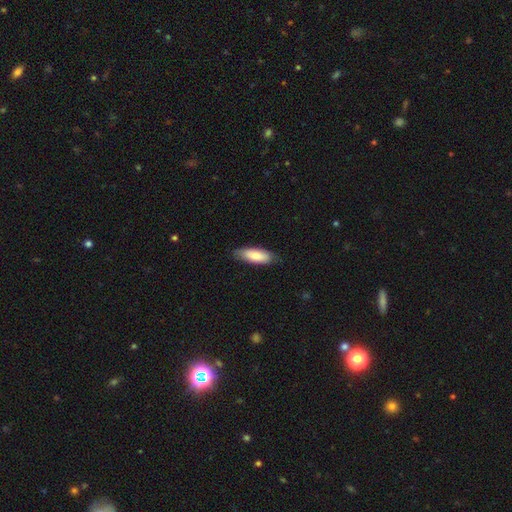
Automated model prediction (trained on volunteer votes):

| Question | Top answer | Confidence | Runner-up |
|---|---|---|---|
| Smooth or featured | smooth | 78% | featured or disk (16%) |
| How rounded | in between | 68% | cigar-shaped (30%) |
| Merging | none | 80% | minor disturbance (16%) |